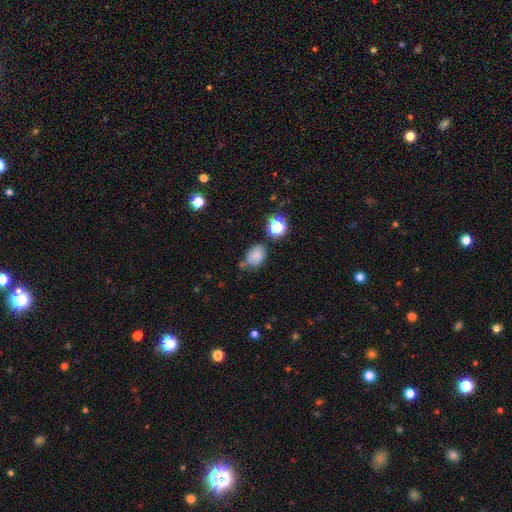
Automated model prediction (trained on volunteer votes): This is likely a smooth galaxy (74%). How rounded: likely in between (73%). Merging: possibly none (54%).